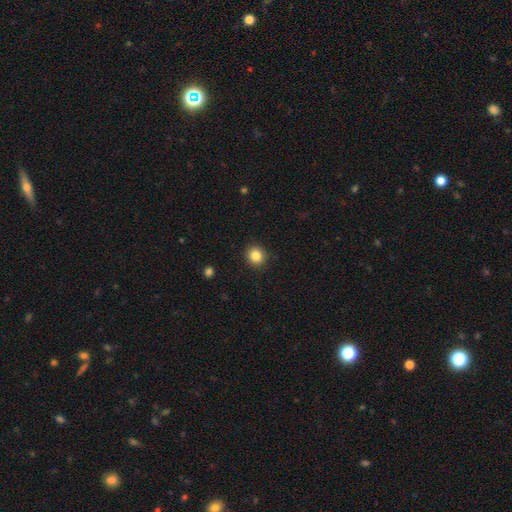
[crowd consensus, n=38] smooth 87%, featured or disk 8%, star or artifact 5%. Down the decision tree: how rounded — round (91%); merging — none (92%).